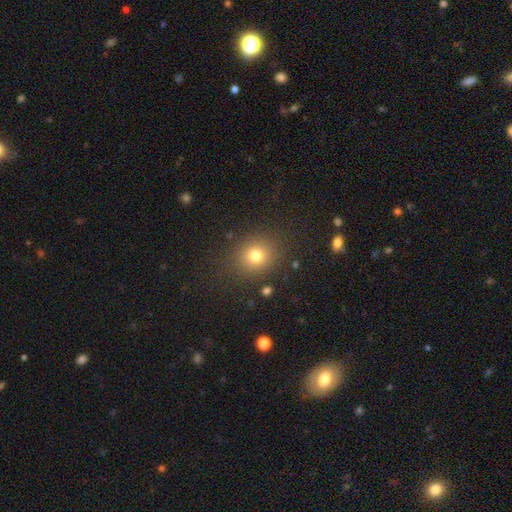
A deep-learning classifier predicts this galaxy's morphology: Smooth or featured? smooth (77%)
How rounded? round (79%)
Merging? none (85%)